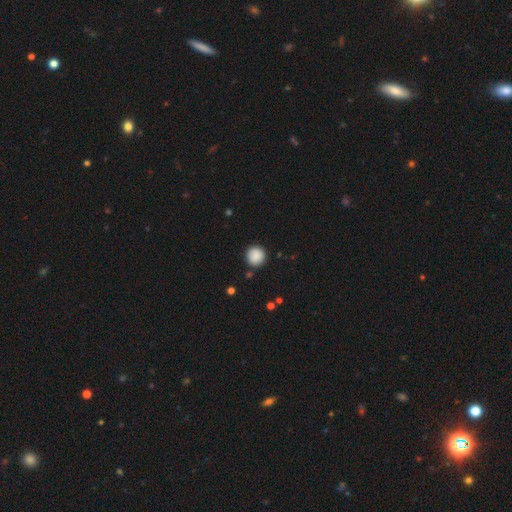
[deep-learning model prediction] A smooth galaxy with no disk features (88%) that is round (95%).

Vote fractions:
- Smooth or featured? smooth: 88% / star or artifact: 8% / featured or disk: 3%
- How rounded? round: 95% / in between: 4% / cigar-shaped: 1%
- Merging? none: 90% / minor disturbance: 7% / major disturbance: 2% / merger: 2%